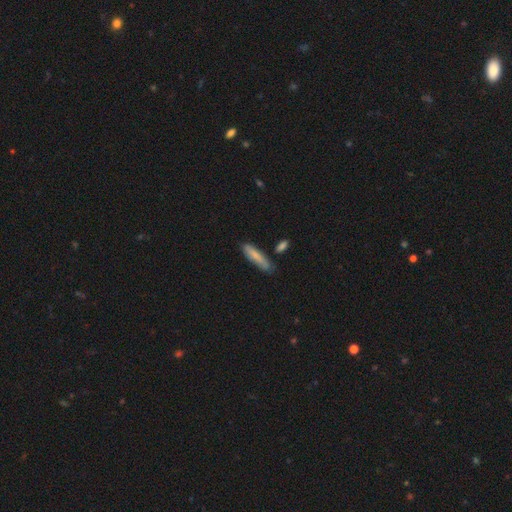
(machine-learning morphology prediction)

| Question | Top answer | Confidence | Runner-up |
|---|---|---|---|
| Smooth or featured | smooth | 78% | featured or disk (16%) |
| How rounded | cigar-shaped | 76% | in between (22%) |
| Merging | none | 74% | minor disturbance (18%) |